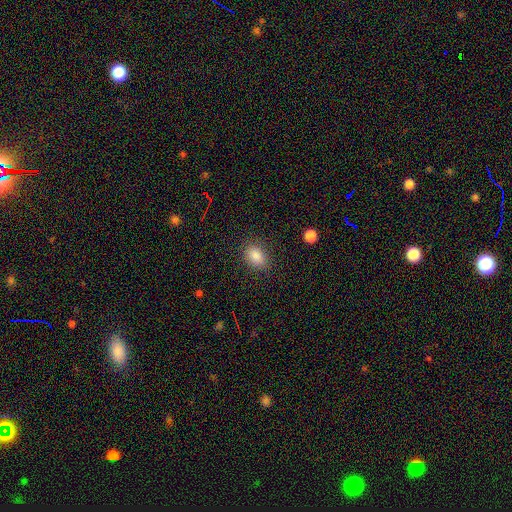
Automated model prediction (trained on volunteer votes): Morphology: type=smooth (85%); roundness=in between (76%); merging=none (85%).